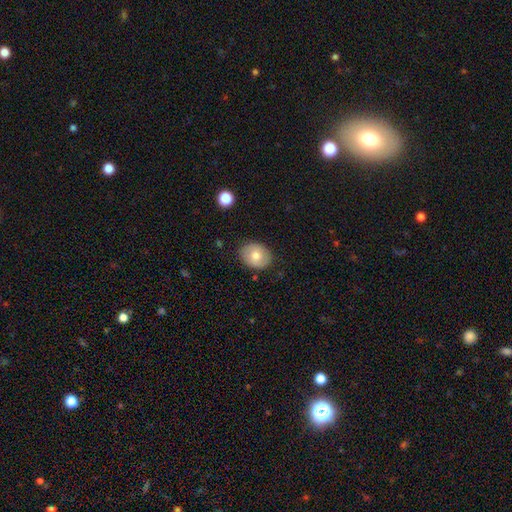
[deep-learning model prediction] The model was most divided on "how rounded": round: 52%, in between: 47%, cigar-shaped: 1%. More confident: merging — none (84%); smooth or featured — smooth (70%).